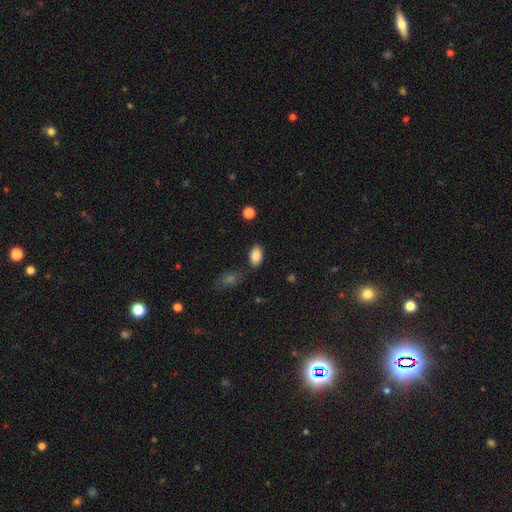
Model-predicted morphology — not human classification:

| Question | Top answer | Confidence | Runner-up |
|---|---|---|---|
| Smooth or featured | smooth | 87% | star or artifact (8%) |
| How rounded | in between | 92% | round (7%) |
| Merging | none | 81% | minor disturbance (13%) |